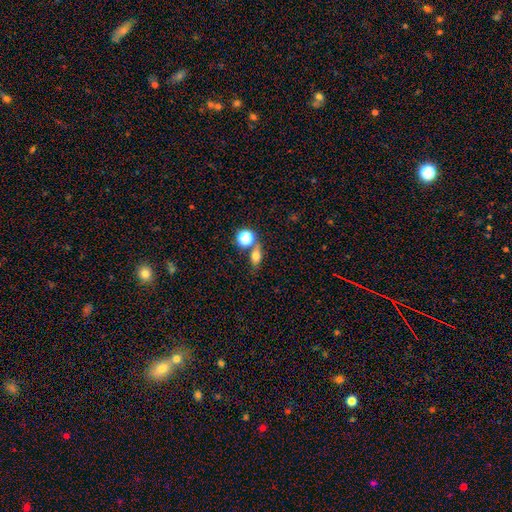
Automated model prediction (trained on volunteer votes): A smooth galaxy with no disk features (68%) that is in between round and cigar-shaped (63%). Merging: none (65%).